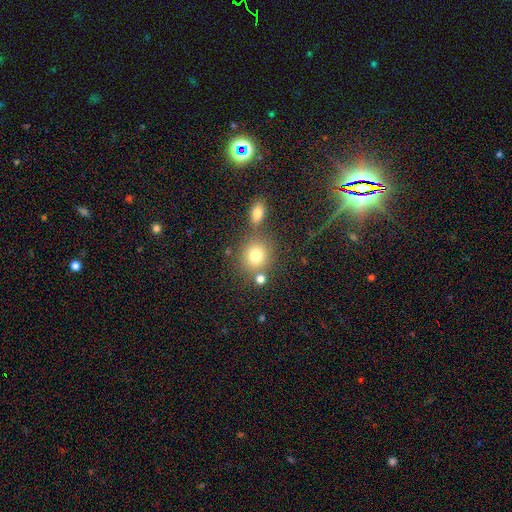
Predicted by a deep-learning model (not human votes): A smooth galaxy with no disk features (78%) that is round (83%). Merging: none (68%).